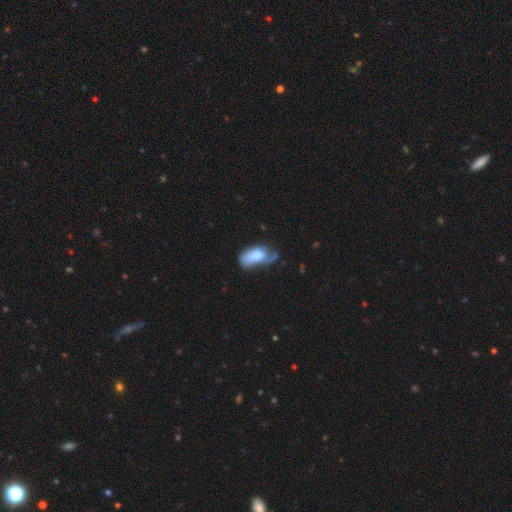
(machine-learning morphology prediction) Smooth or featured?
  - smooth: 65% *
  - featured or disk: 27%
  - star or artifact: 7%
How rounded?
  - in between: 91% *
  - cigar-shaped: 5%
  - round: 4%
Merging?
  - minor disturbance: 33% * (tied)
  - major disturbance: 33% * (tied)
  - none: 28%
  - merger: 5%